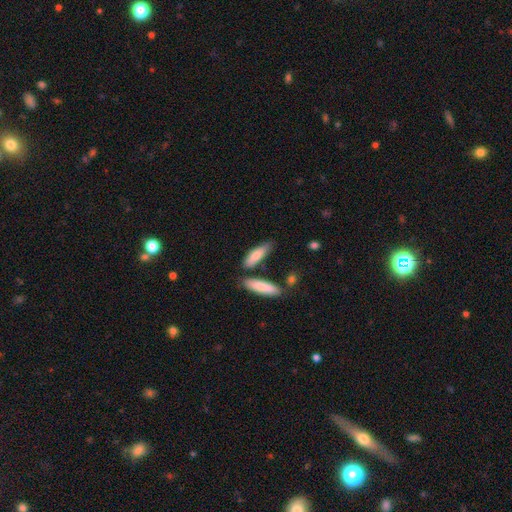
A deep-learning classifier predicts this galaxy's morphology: This is clearly a smooth galaxy (80%). How rounded: possibly cigar-shaped (52%). Merging: likely none (64%).